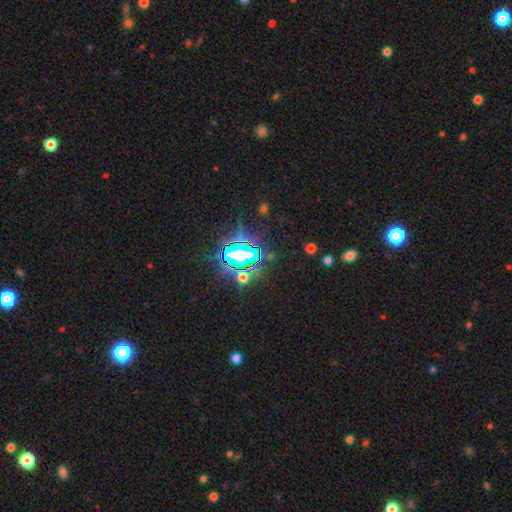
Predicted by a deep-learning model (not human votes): Smooth or featured?
  - star or artifact: 82% *
  - smooth: 11%
  - featured or disk: 7%